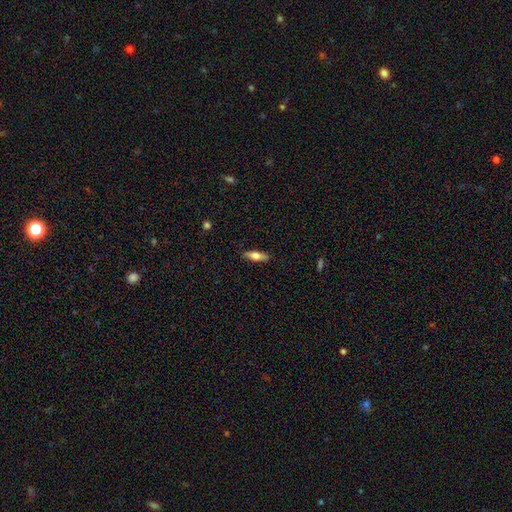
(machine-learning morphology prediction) Smooth or featured: smooth — 60% (featured or disk — 33%)
How rounded: cigar-shaped — 49% (in between — 48%)
Merging: none — 87% (minor disturbance — 10%)